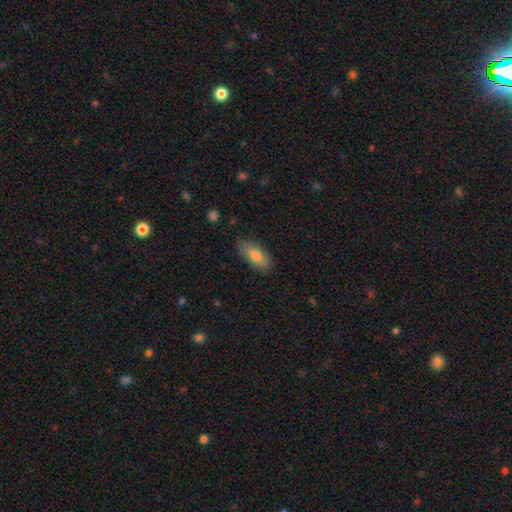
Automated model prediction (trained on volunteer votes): Morphology: type=smooth (79%); roundness=in between (80%); merging=none (78%).